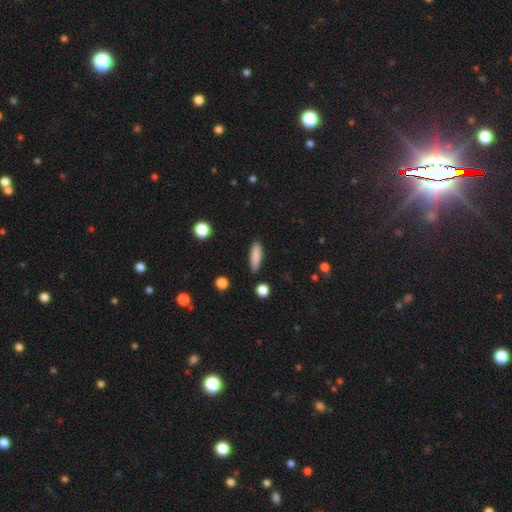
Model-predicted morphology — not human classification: Overall: smooth (85%). How rounded: cigar-shaped (67%; in between 31%). Merging: none (88%).